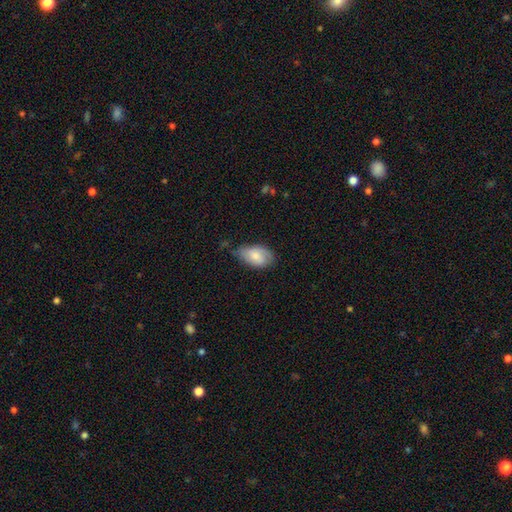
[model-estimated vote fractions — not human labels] Q: Smooth or featured?
A: smooth (71%); runner-up: featured or disk (23%)
Q: How rounded?
A: in between (92%); runner-up: round (6%)
Q: Merging?
A: none (52%); runner-up: minor disturbance (38%)